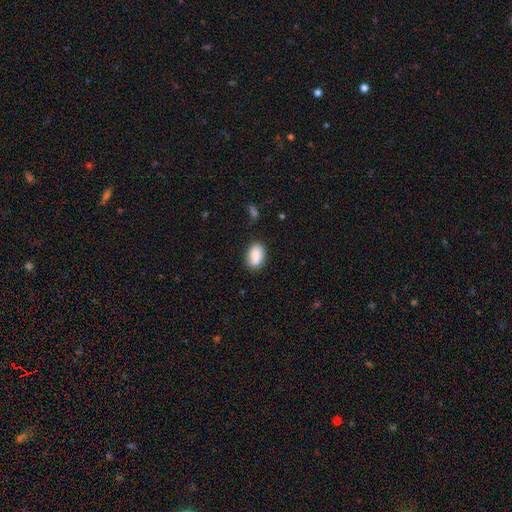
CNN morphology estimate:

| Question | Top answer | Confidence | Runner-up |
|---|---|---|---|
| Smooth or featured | smooth | 87% | star or artifact (7%) |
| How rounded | in between | 89% | round (9%) |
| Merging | none | 78% | minor disturbance (15%) |